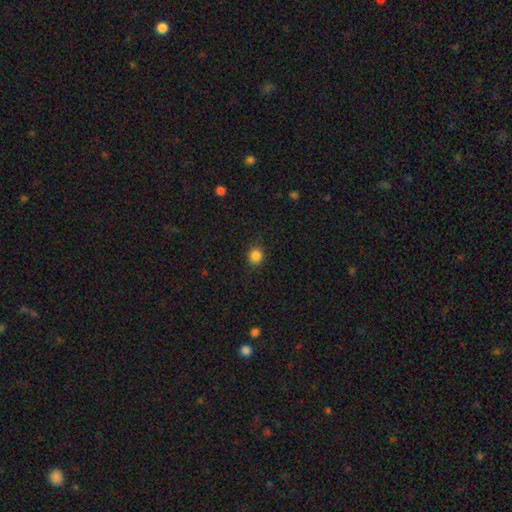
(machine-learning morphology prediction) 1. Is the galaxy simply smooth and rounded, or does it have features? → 86% smooth, 11% star or artifact, 3% featured or disk.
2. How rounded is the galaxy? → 86% round, 13% in between, 1% cigar-shaped.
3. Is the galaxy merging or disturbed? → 88% none, 8% minor disturbance, 3% major disturbance, 1% merger.